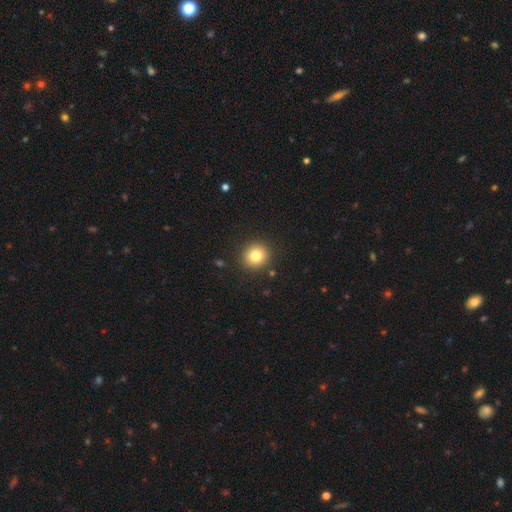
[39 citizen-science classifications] Overall: smooth (90%). How rounded: round (97%). Merging: none (86%).